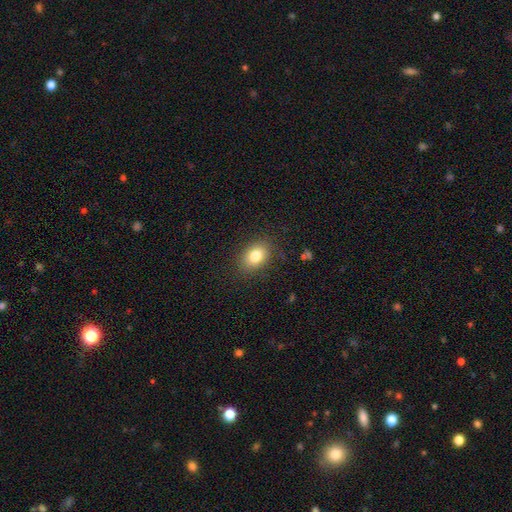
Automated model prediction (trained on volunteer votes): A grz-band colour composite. It shows a smooth galaxy with no disk features (81%) that is in between round and cigar-shaped (74%). Merging: none (86%).